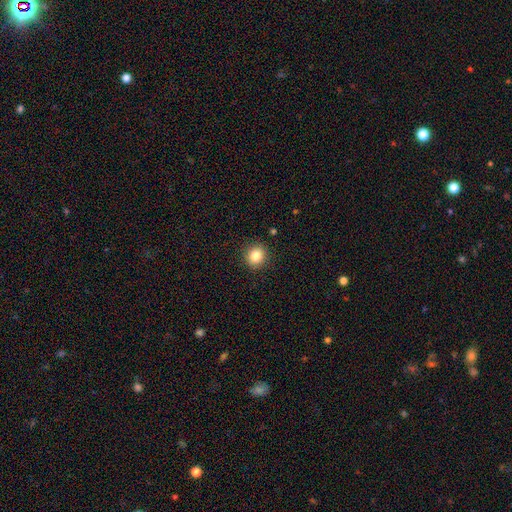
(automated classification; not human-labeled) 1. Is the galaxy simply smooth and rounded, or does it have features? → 84% smooth, 10% star or artifact, 6% featured or disk.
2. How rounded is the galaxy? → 82% round, 17% in between, 1% cigar-shaped.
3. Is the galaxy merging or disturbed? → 90% none, 7% minor disturbance, 2% major disturbance, 1% merger.